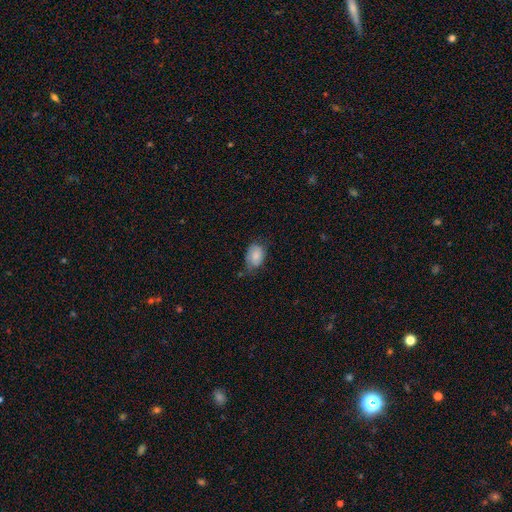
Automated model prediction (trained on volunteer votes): Smooth or featured? Predicted: smooth (p=0.77). How rounded? Predicted: in between (p=0.82). Merging? Predicted: none (p=0.51).